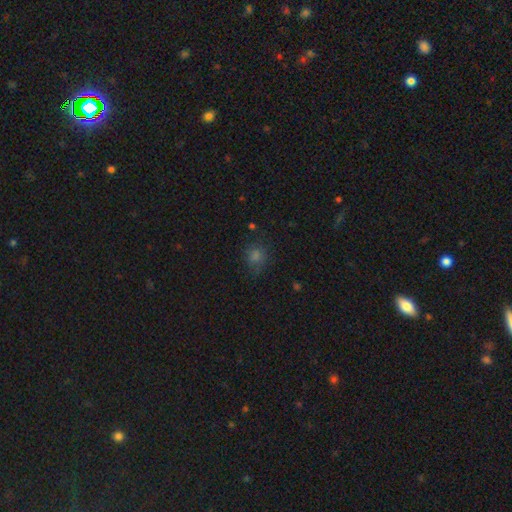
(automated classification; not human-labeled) This appears to be a smooth galaxy with no disk features (64%) that is round (79%). Merging: none (74%).